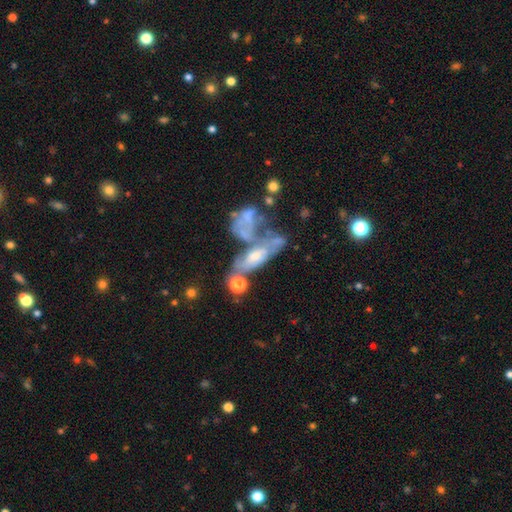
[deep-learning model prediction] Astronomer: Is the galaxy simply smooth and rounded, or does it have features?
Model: featured or disk — 57%.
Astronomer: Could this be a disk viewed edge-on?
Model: no — 85%.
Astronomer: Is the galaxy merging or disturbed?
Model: merger — 49%.